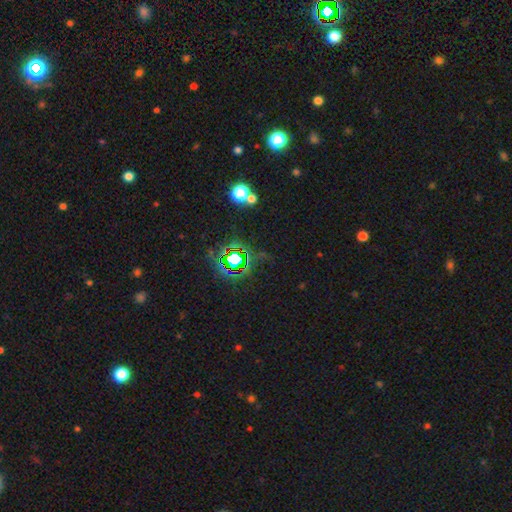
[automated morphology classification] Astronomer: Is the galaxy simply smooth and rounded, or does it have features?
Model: star or artifact — 77%.